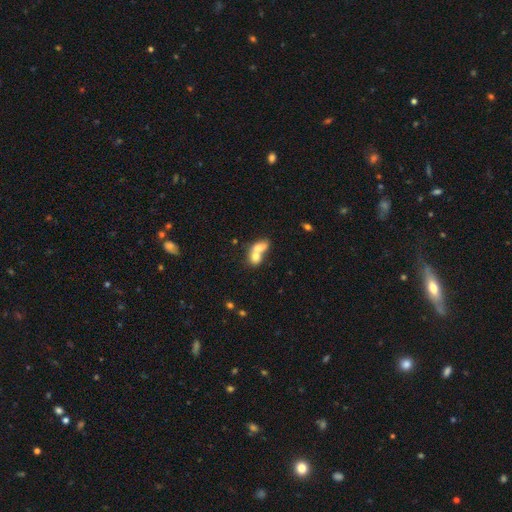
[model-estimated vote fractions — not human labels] Smooth or featured? Predicted: smooth (p=0.70). How rounded? Predicted: in between (p=0.65). Merging? Predicted: merger (p=0.74).